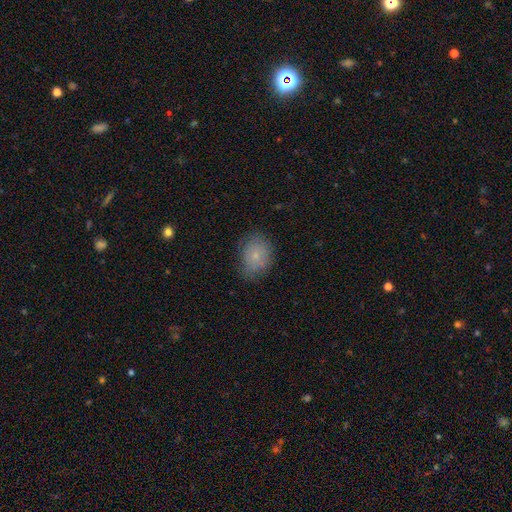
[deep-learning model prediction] Smooth or featured? Predicted: smooth (p=0.77). How rounded? Predicted: in between (p=0.59). Merging? Predicted: none (p=0.68).